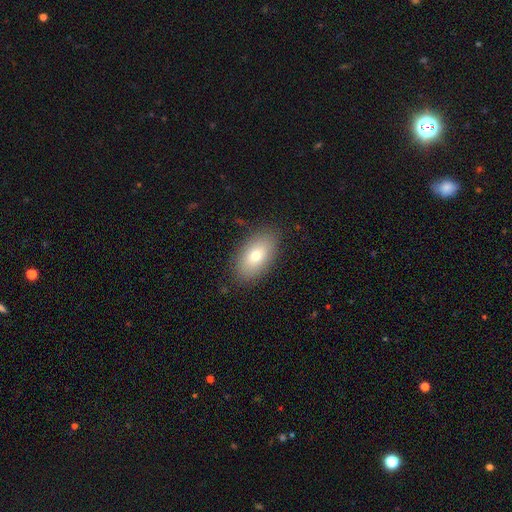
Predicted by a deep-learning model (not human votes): A smooth galaxy with no disk features (75%) that is in between round and cigar-shaped (92%).

Vote fractions:
- Smooth or featured? smooth: 75% / featured or disk: 17% / star or artifact: 8%
- How rounded? in between: 92% / round: 6% / cigar-shaped: 3%
- Merging? none: 86% / minor disturbance: 10% / major disturbance: 3% / merger: 1%